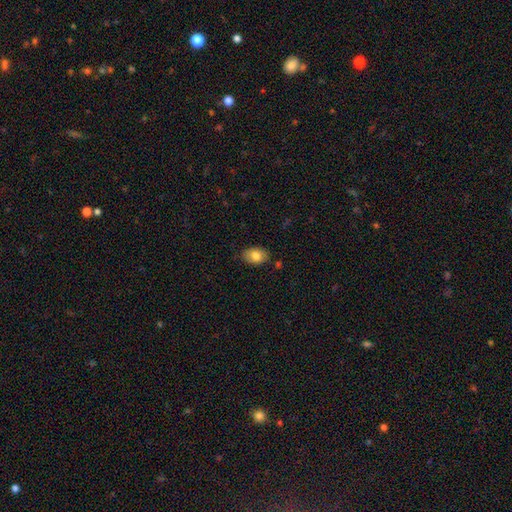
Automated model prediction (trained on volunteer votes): This appears to be a smooth galaxy with no disk features (78%) that is in between round and cigar-shaped (86%). Merging: none (81%).